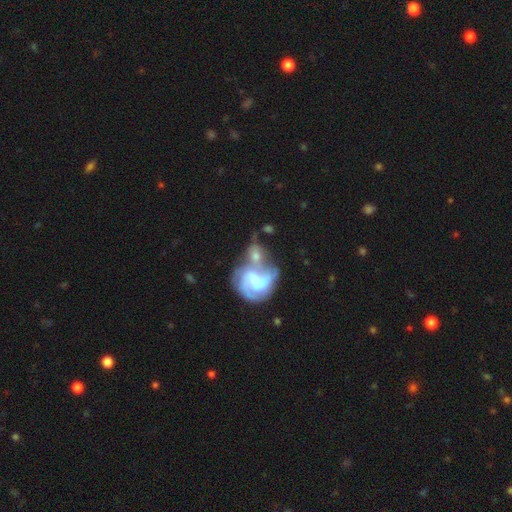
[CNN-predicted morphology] Overall: featured or disk (66%; smooth 27%). Edge-on disk: no (96%). Bar: no (45%; weak 42%). Spiral arms: yes (85%). Spiral arm count: 2 (42%; can't tell 25%). Spiral winding: medium (44%; tight 36%). Bulge size: small (41%; moderate 36%). Merging: merger (59%; none 21%).